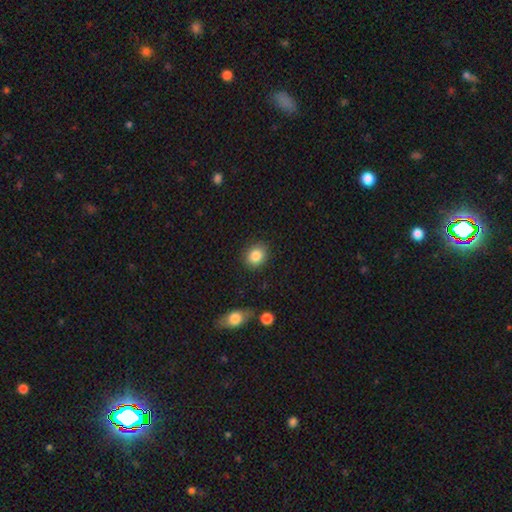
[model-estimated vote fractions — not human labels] Smooth or featured: smooth — 85% (star or artifact — 9%)
How rounded: round — 72% (in between — 27%)
Merging: none — 88% (minor disturbance — 8%)